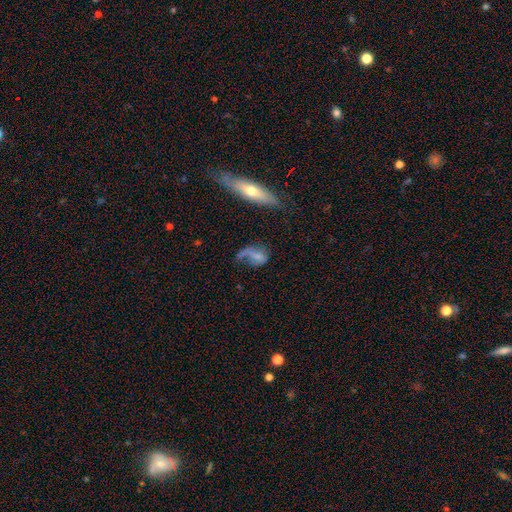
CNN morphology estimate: Overall: smooth (50%; featured or disk 38%). Merging: major disturbance (39%; none 29%).